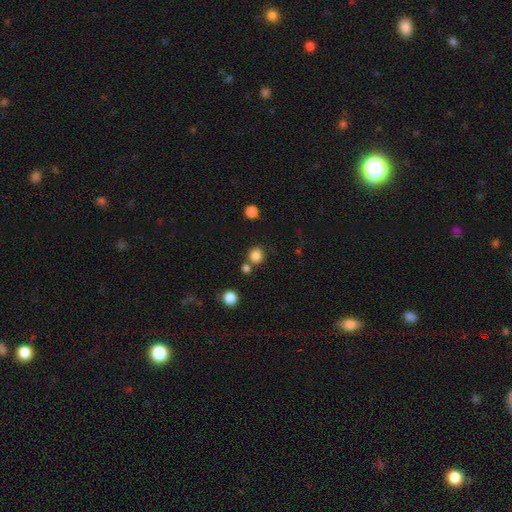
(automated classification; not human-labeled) Overall: smooth (83%). How rounded: round (89%). Merging: none (73%).